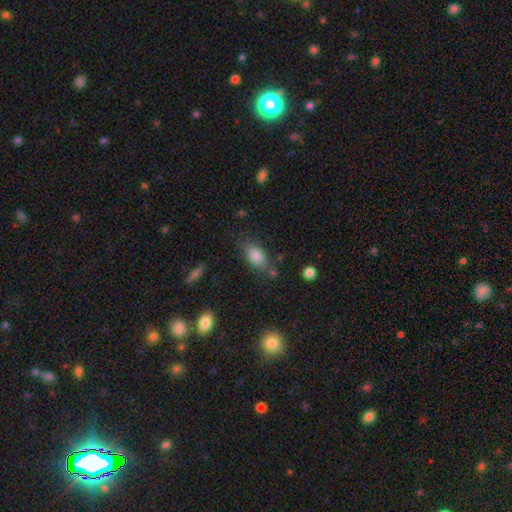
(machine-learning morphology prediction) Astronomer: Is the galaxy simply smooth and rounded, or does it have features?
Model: smooth — 83%.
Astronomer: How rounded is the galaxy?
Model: in between — 86%.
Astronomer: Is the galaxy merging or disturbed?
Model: none — 67%.